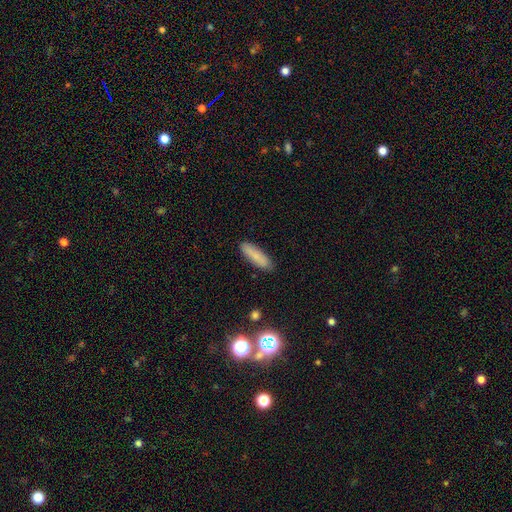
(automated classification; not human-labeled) This appears to be a smooth galaxy with no disk features (82%) that is cigar-shaped (65%). Merging: none (88%).